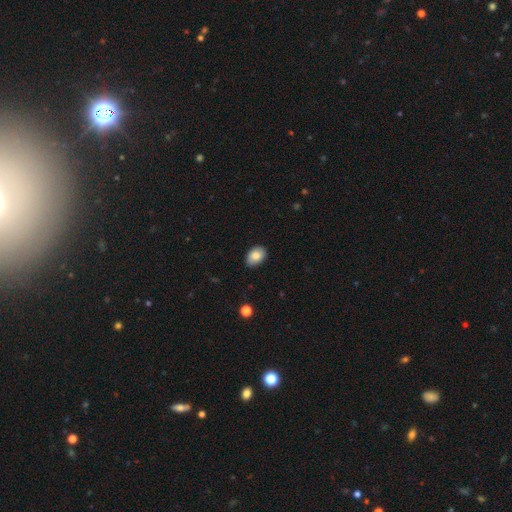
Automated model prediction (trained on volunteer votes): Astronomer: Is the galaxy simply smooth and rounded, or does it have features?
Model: smooth — 86%.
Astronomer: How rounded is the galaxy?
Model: in between — 85%.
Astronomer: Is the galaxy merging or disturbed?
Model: none — 86%.